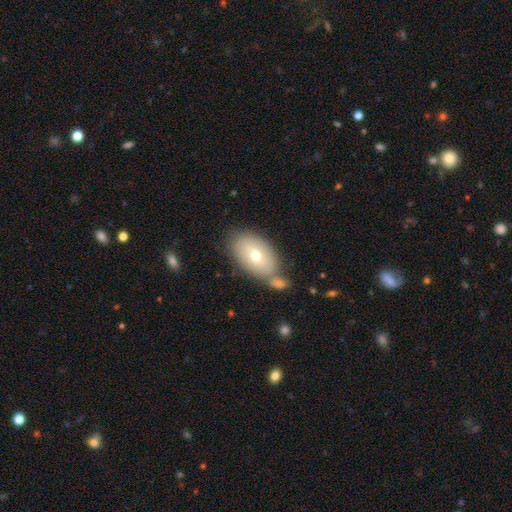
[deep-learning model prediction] smooth 66%, featured or disk 26%, star or artifact 7%. Down the decision tree: how rounded — in between (91%); merging — none (62%).